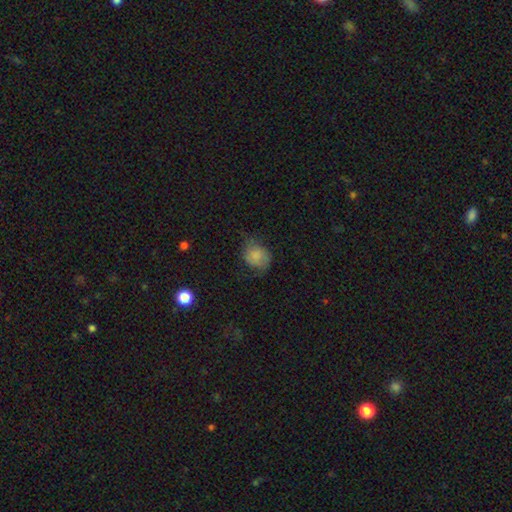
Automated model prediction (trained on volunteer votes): A smooth galaxy with no disk features (69%) that is round (54%). Merging: none (48%).